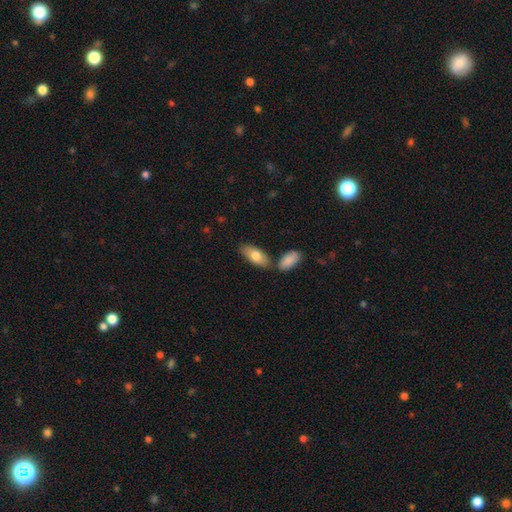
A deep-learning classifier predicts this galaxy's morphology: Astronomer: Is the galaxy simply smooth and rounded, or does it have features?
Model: smooth — 78%.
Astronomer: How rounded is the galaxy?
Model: in between — 86%.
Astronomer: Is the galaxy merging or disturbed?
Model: none — 68%.